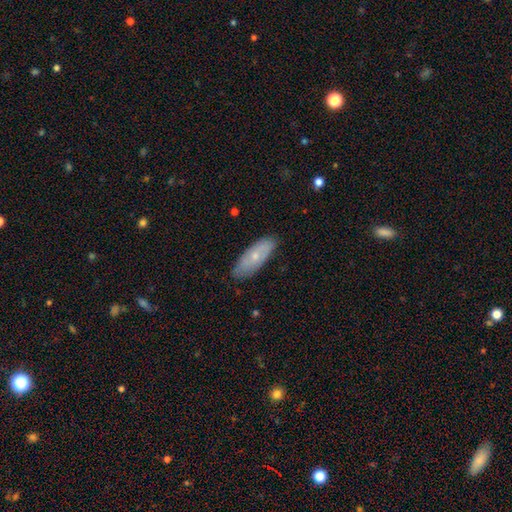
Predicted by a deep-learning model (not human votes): Q: Smooth or featured?
A: smooth (56%); runner-up: featured or disk (38%)
Q: How rounded?
A: in between (73%); runner-up: cigar-shaped (24%)
Q: Merging?
A: none (82%); runner-up: minor disturbance (14%)